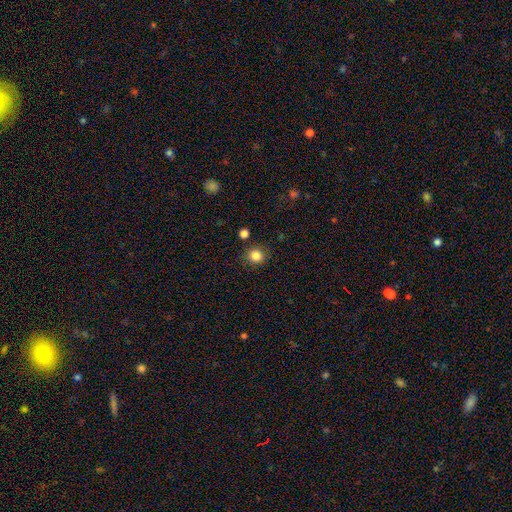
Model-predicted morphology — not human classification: Smooth or featured? Predicted: smooth (p=0.84). How rounded? Predicted: round (p=0.86). Merging? Predicted: none (p=0.85).